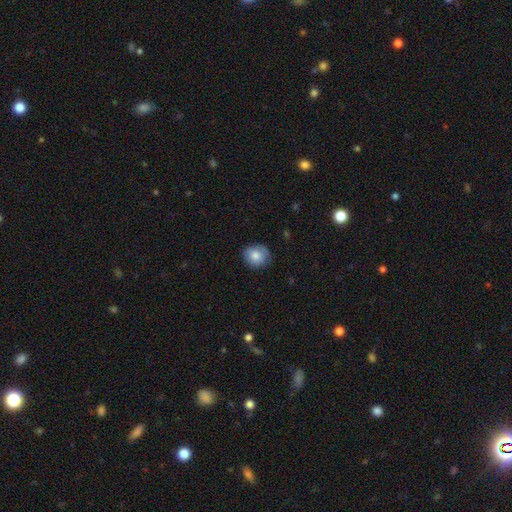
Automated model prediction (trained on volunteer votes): Smooth or featured: smooth — 81% (featured or disk — 12%)
How rounded: round — 79% (in between — 20%)
Merging: none — 81% (minor disturbance — 15%)